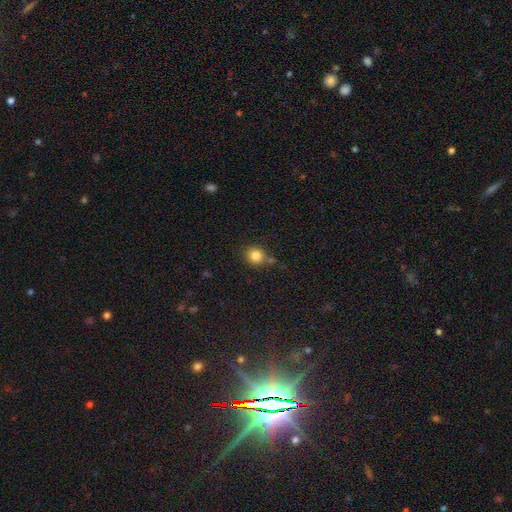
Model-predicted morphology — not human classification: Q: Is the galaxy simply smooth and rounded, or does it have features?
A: smooth — 83%.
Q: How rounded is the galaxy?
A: round — 85%.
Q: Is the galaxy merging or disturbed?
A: none — 76%.